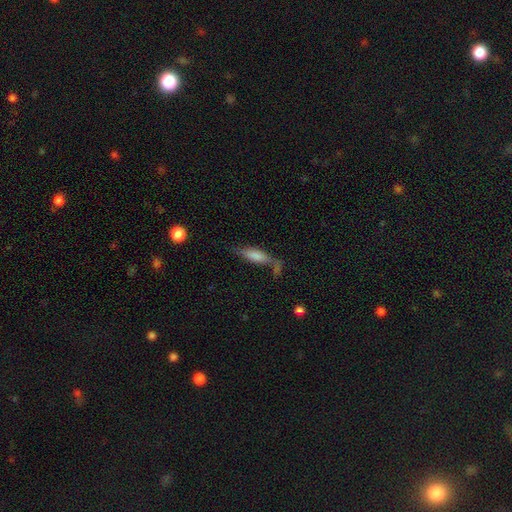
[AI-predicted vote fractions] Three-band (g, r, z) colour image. It shows a smooth galaxy with no disk features (70%) that is in between round and cigar-shaped (50%). Merging: none (43%).